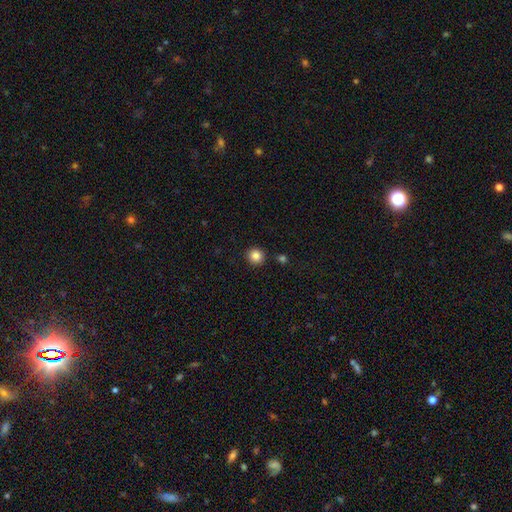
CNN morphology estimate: Overall: smooth (85%). How rounded: round (93%). Merging: none (89%).